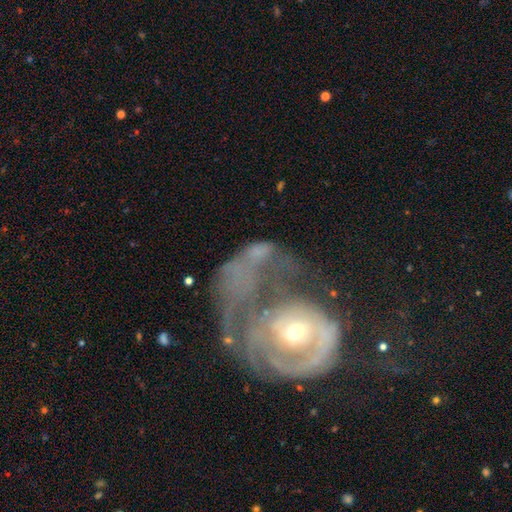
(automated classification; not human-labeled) Q: Smooth or featured?
A: featured or disk (68%); runner-up: smooth (22%)
Q: Edge-on disk?
A: no (95%); runner-up: yes (5%)
Q: Bar?
A: no (71%); runner-up: weak (20%)
Q: Spiral arms?
A: yes (59%); runner-up: no (41%)
Q: Bulge size?
A: moderate (51%); runner-up: small (38%)
Q: Merging?
A: merger (41%); runner-up: major disturbance (33%)